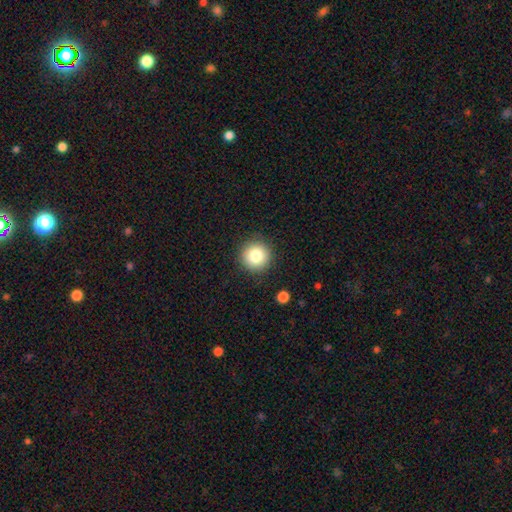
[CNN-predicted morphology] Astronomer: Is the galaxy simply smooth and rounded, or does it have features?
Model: smooth — 82%.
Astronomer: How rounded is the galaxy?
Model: round — 95%.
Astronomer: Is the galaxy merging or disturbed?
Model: none — 89%.